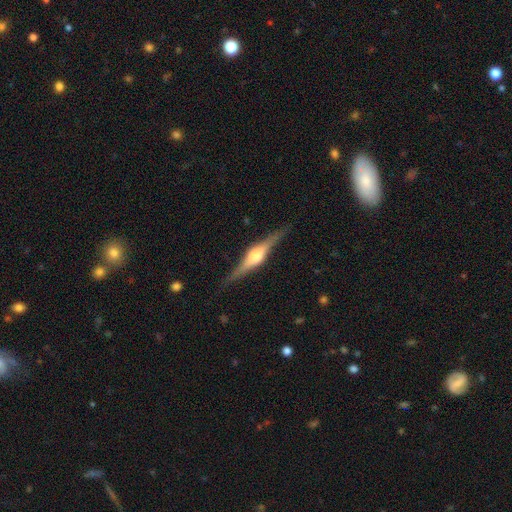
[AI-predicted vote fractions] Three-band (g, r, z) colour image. It shows a featured or disk galaxy (81%) viewed edge-on (98%) with a rounded central bulge (90%). Merging: none (88%).